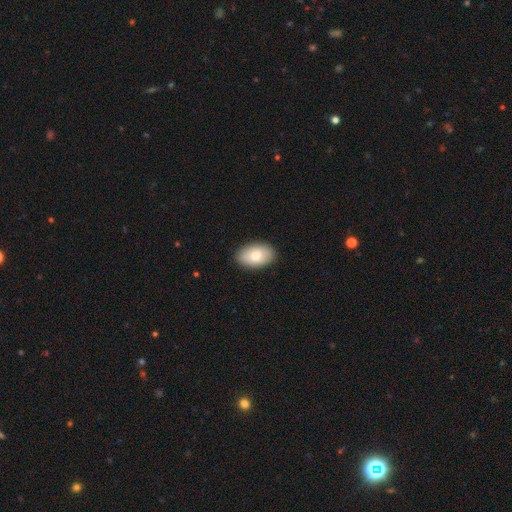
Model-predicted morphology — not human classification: Smooth or featured? Predicted: smooth (p=0.79). How rounded? Predicted: in between (p=0.92). Merging? Predicted: none (p=0.89).